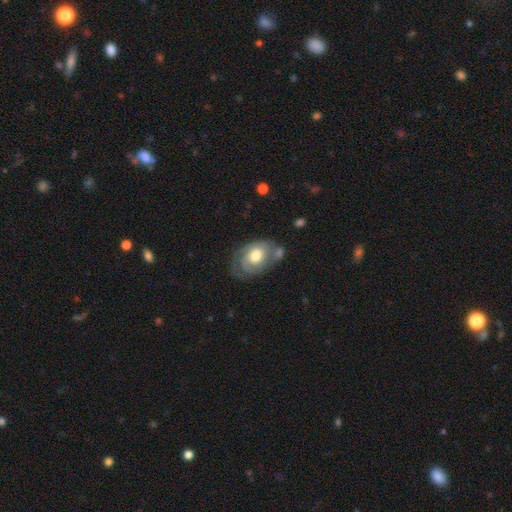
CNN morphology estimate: A featured or disk galaxy (66%) with no bar (68%), 2 (36%) tight (60%) spiral arms (82%) and a moderate central bulge (57%).

Vote fractions:
- Smooth or featured? featured or disk: 66% / smooth: 28% / star or artifact: 6%
- Edge-on disk? no: 96% / yes: 4%
- Bar? no: 68% / weak: 27% / strong: 4%
- Spiral arms? yes: 82% / no: 18%
- Spiral winding? tight: 60% / medium: 30% / loose: 10%
- Spiral arm count? 2: 36% / can't tell: 30% / 1: 25% / 3: 6% / 4: 2% / more than 4: 2%
- Bulge size? moderate: 57% / large: 31% / small: 8% / dominant: 2% / none: 2%
- Merging? none: 50% / minor disturbance: 26% / major disturbance: 15% / merger: 9%